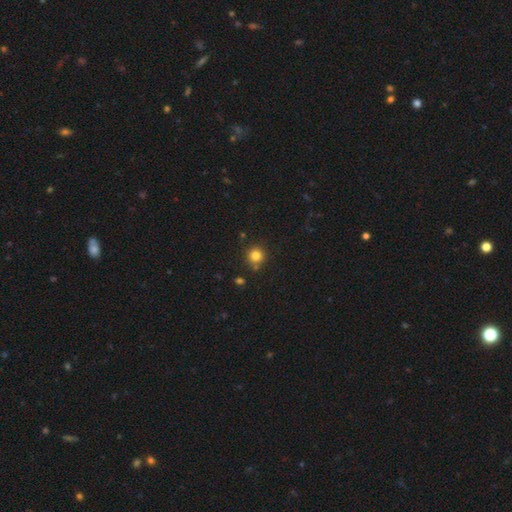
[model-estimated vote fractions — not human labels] The model was most divided on "smooth or featured": smooth: 82%, star or artifact: 12%, featured or disk: 6%. More confident: how rounded — round (93%); merging — none (81%).